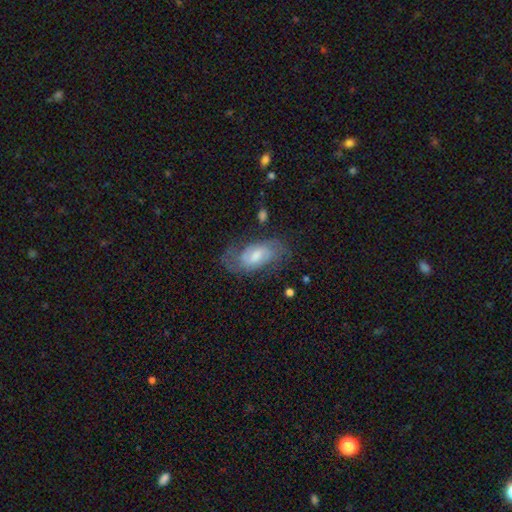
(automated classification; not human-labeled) This appears to be a featured or disk galaxy (67%) with a weak bar (53%), 2 (67%) medium (46%) spiral arms (88%) and a moderate central bulge (49%). Merging: none (62%).